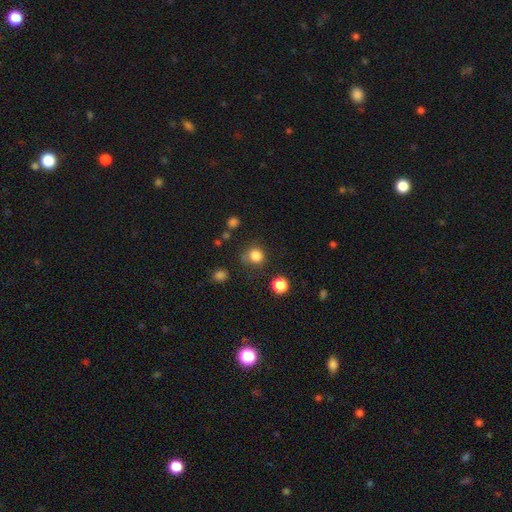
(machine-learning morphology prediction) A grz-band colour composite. It shows a smooth galaxy with no disk features (82%) that is round (87%). Merging: none (70%).